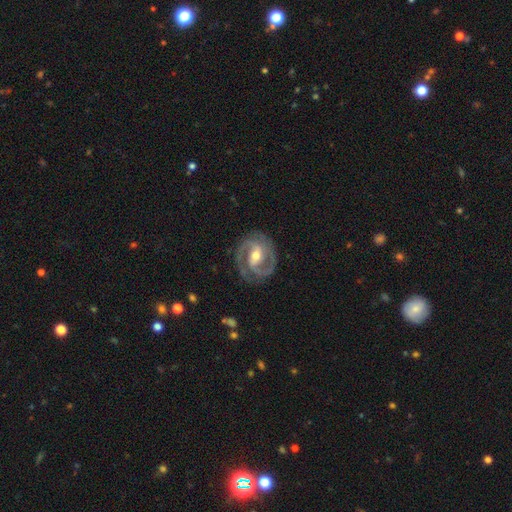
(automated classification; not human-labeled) This is clearly a featured or disk galaxy (90%). It is clearly not viewed edge-on (97%). Bar: marginally weak (43%). Spiral arm pattern: clearly yes (97%). Spiral arm count: clearly 2 (86%). Spiral winding: possibly medium (46%, tied with tight). Central bulge: likely moderate (64%). Merging: clearly none (81%).